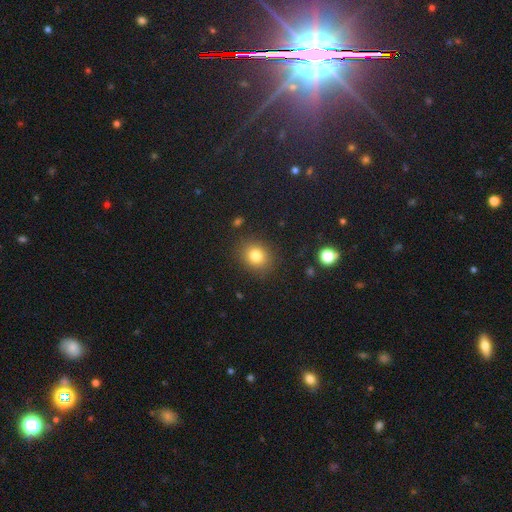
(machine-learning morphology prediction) Smooth or featured?
  - smooth: 81% *
  - star or artifact: 12%
  - featured or disk: 7%
How rounded?
  - round: 67% *
  - in between: 32%
  - cigar-shaped: 1%
Merging?
  - none: 87% *
  - minor disturbance: 9%
  - major disturbance: 3%
  - merger: 2%